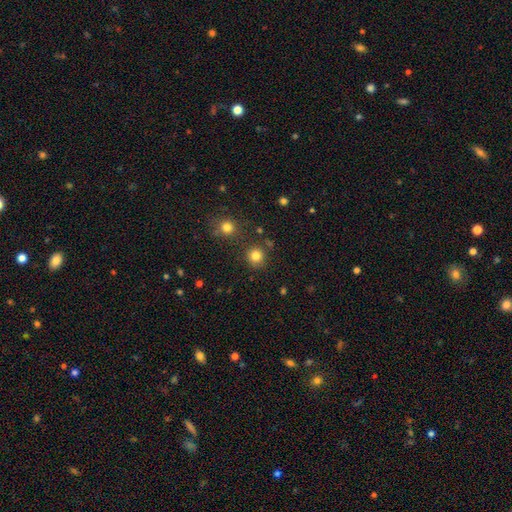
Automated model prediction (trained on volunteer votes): This appears to be a smooth galaxy with no disk features (81%) that is round (92%). Merging: none (84%).